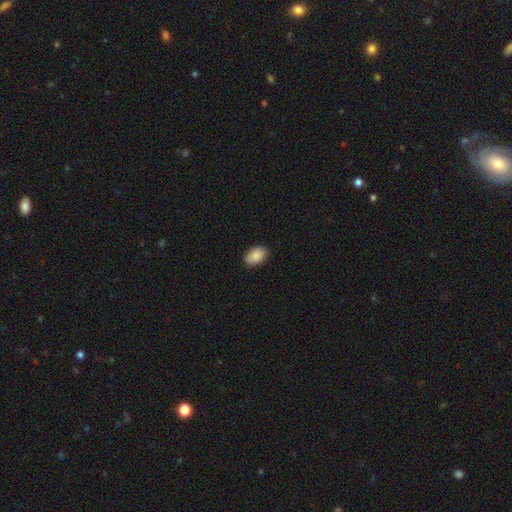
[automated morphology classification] type=smooth (89%); roundness=in between (87%); merging=none (88%).